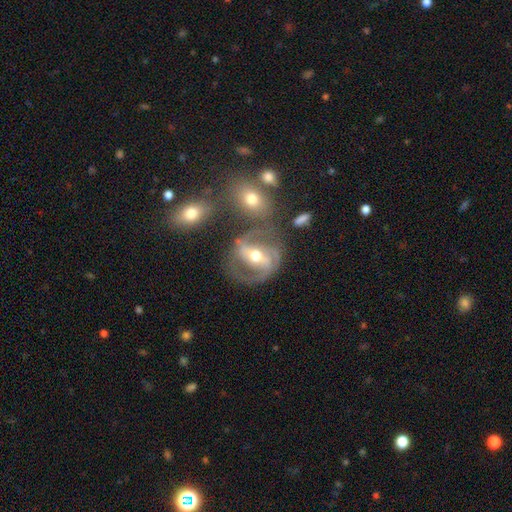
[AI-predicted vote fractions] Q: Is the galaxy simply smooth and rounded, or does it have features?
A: featured or disk — 84%.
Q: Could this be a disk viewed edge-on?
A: no — 96%.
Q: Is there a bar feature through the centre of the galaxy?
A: strong — 51%.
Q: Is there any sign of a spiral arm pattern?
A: yes — 91%.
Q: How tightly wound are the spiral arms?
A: medium — 52%.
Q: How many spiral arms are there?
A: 2 — 81%.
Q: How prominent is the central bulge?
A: moderate — 75%.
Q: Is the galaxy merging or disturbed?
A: none — 61%.